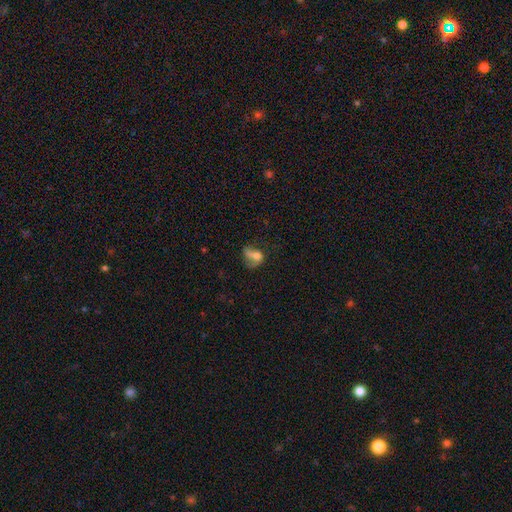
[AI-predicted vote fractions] smooth-or-featured: smooth: 53% | featured or disk: 33% | star or artifact: 13%
  how-rounded: in between: 64% | round: 32% | cigar-shaped: 4%
  merging: major disturbance: 36% | none: 25% | merger: 21% | minor disturbance: 18%